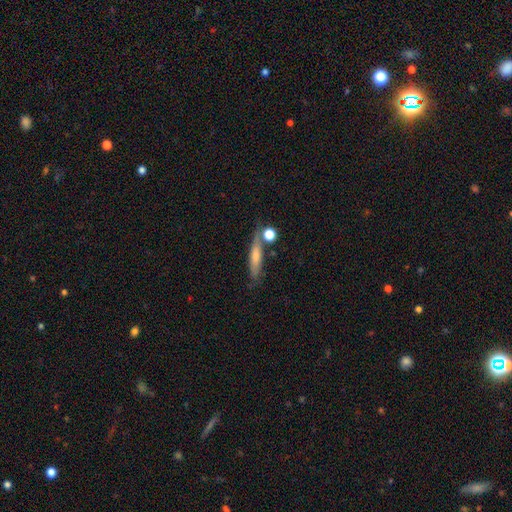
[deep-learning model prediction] Morphology: type=smooth (64%); roundness=cigar-shaped (79%); merging=none (65%).